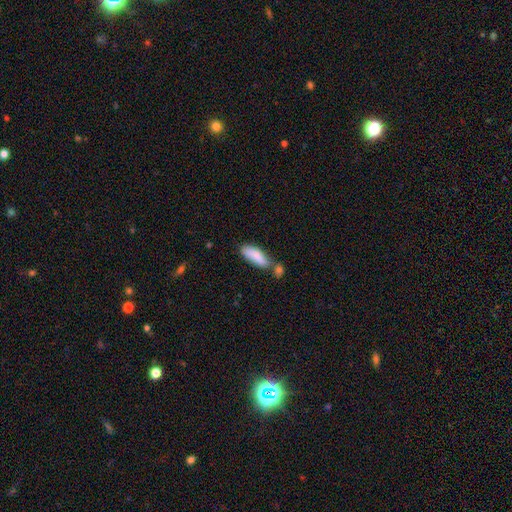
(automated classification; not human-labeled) A smooth galaxy with no disk features (83%) that is in between round and cigar-shaped (59%). Merging: none (40%).